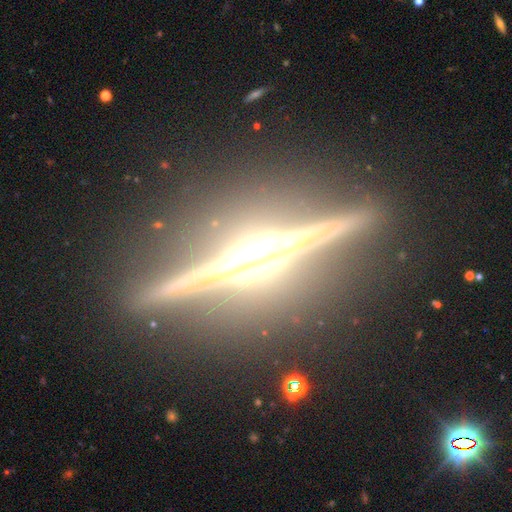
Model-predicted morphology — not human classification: A featured or disk galaxy (88%) viewed edge-on (98%) with a rounded central bulge (74%).

Vote fractions:
- Smooth or featured? featured or disk: 88% / star or artifact: 7% / smooth: 4%
- Edge-on disk? yes: 98% / no: 2%
- Edge-on bulge? rounded: 74% / boxy: 18% / none: 8%
- Merging? none: 89% / minor disturbance: 7% / major disturbance: 2% / merger: 2%